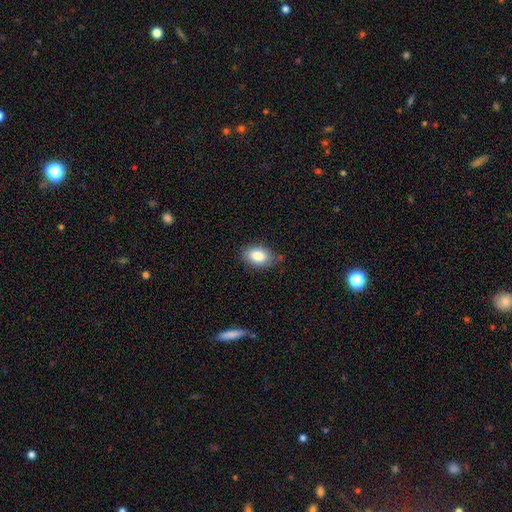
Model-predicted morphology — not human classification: Smooth or featured? Predicted: smooth (p=0.84). How rounded? Predicted: in between (p=0.86). Merging? Predicted: none (p=0.75).